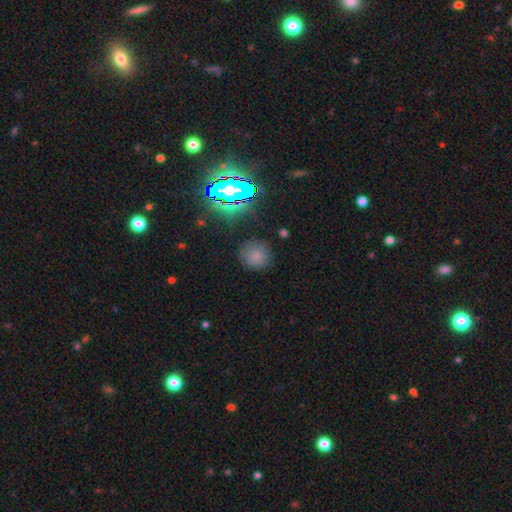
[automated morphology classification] This appears to be a smooth galaxy with no disk features (70%) that is round (89%). Merging: none (83%).